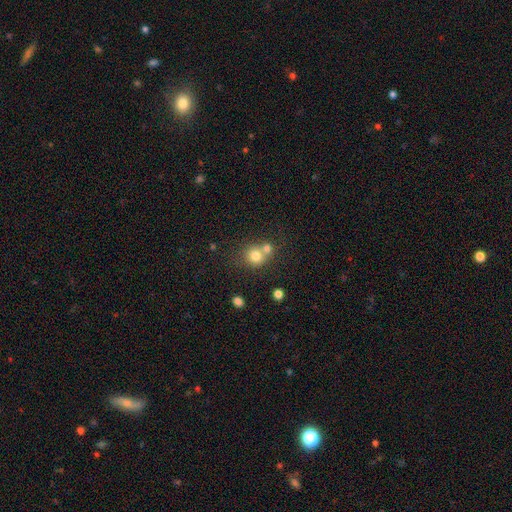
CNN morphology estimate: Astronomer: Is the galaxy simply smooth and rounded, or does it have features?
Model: smooth — 76%.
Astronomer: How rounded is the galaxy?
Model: round — 83%.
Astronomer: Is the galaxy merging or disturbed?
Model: merger — 45% (runner-up: none, 44%).